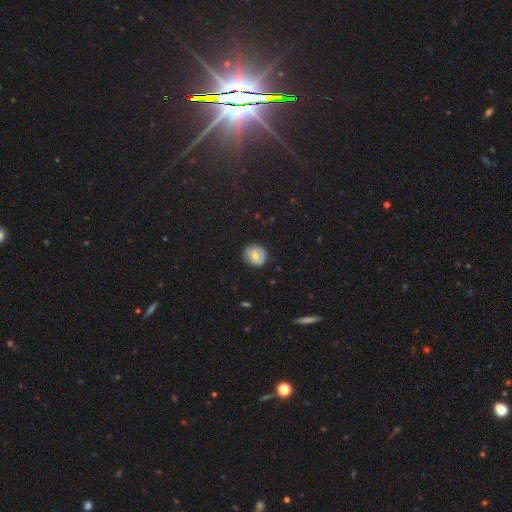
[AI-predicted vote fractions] A smooth galaxy with no disk features (63%) that is round (84%).

Vote fractions:
- Smooth or featured? smooth: 63% / featured or disk: 27% / star or artifact: 10%
- How rounded? round: 84% / in between: 15% / cigar-shaped: 1%
- Merging? none: 81% / minor disturbance: 15% / major disturbance: 3% / merger: 1%